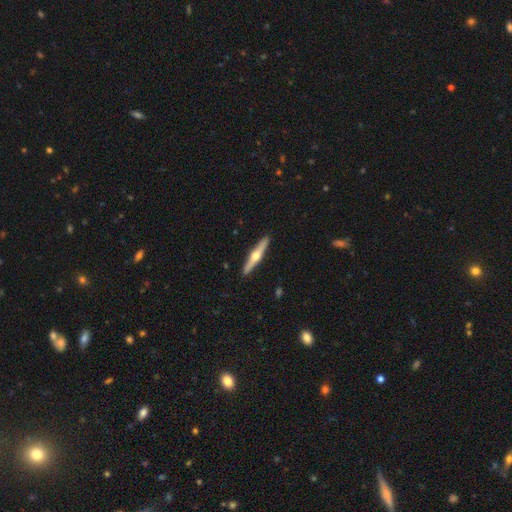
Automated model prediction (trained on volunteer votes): A featured or disk galaxy (69%) viewed edge-on (97%) with a rounded central bulge (96%).

Vote fractions:
- Smooth or featured? featured or disk: 69% / smooth: 26% / star or artifact: 5%
- Edge-on disk? yes: 97% / no: 3%
- Edge-on bulge? rounded: 96% / none: 3% / boxy: 2%
- Merging? none: 92% / minor disturbance: 6% / major disturbance: 1% / merger: 1%